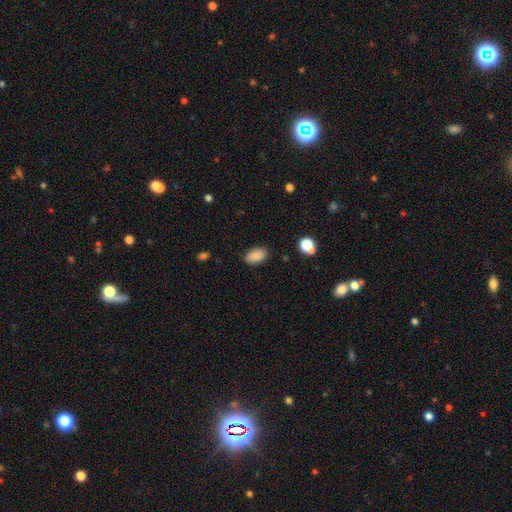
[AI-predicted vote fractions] Smooth or featured? smooth (87%)
How rounded? in between (91%)
Merging? none (84%)